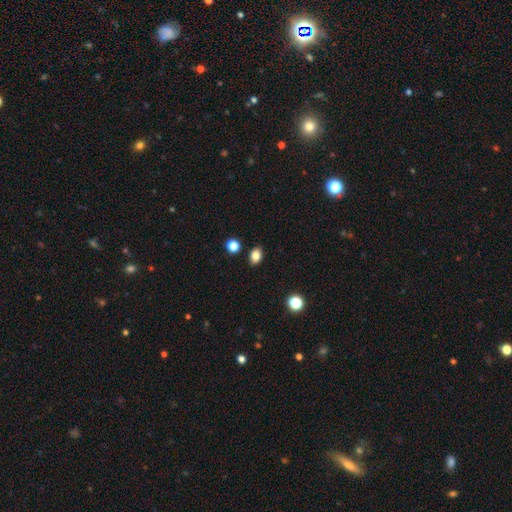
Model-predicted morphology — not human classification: smooth_or_featured: smooth (p=0.83) [alt: star or artifact p=0.11]
how_rounded: in between (p=0.74) [alt: round p=0.25]
merging: none (p=0.87) [alt: minor disturbance p=0.09]